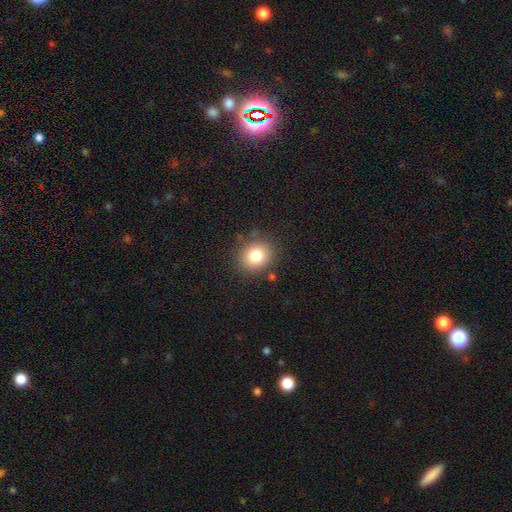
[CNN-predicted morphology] Overall: smooth (80%). How rounded: round (72%). Merging: none (83%).